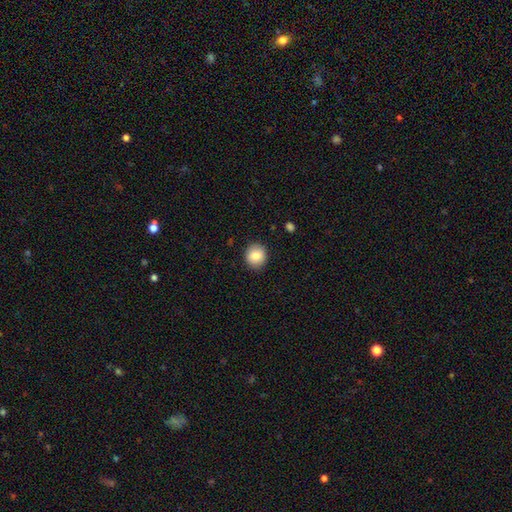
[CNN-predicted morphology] Smooth or featured? Predicted: smooth (p=0.83). How rounded? Predicted: round (p=0.89). Merging? Predicted: none (p=0.90).